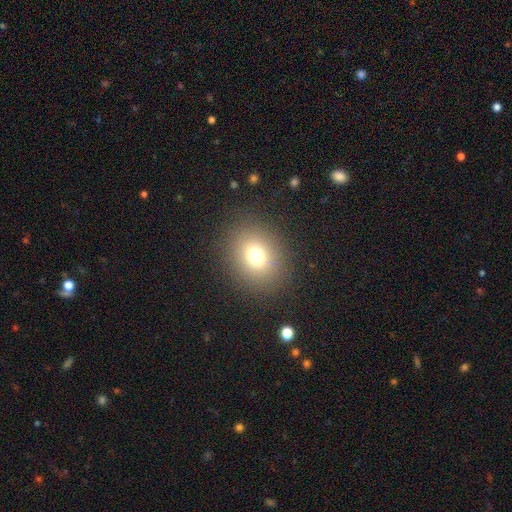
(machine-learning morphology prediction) Smooth or featured: smooth — 73% (star or artifact — 17%)
How rounded: round — 64% (in between — 35%)
Merging: none — 87% (minor disturbance — 7%)